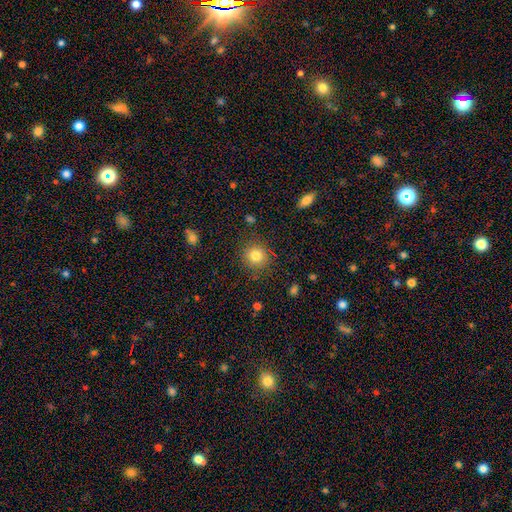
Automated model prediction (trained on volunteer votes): smooth_or_featured: smooth (p=0.81) [alt: star or artifact p=0.11]
how_rounded: round (p=0.91) [alt: in between p=0.08]
merging: none (p=0.86) [alt: minor disturbance p=0.09]